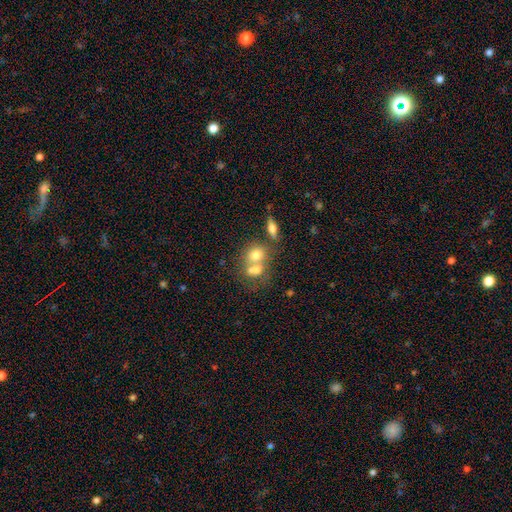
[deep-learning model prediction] smooth_or_featured: smooth (p=0.67) [alt: featured or disk p=0.21]
how_rounded: in between (p=0.56) [alt: round p=0.42]
merging: merger (p=0.58) [alt: none p=0.27]